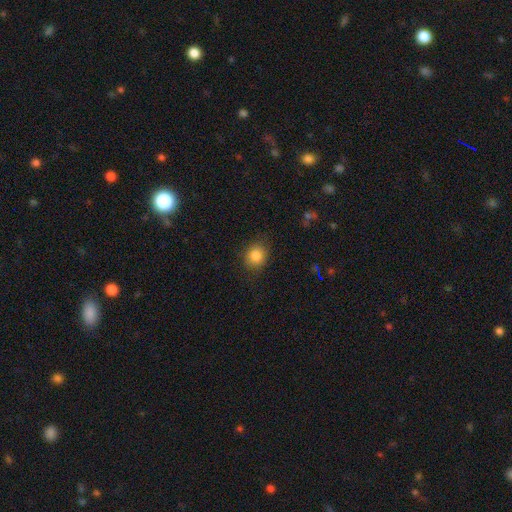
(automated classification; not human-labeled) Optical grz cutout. It shows a smooth galaxy with no disk features (84%) that is round (76%). Merging: none (86%).